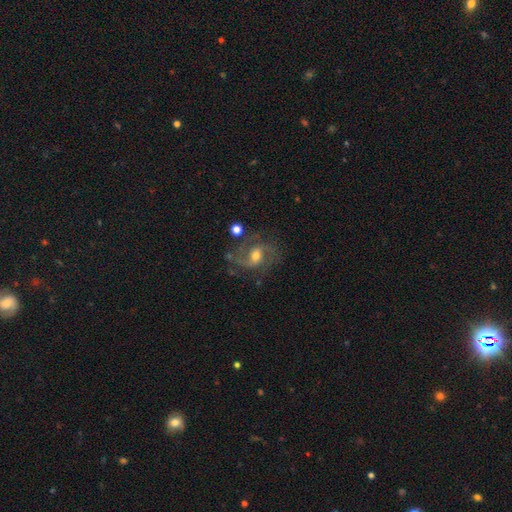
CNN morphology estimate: Smooth or featured? Predicted: featured or disk (p=0.78). Edge-on disk? Predicted: no (p=0.97). Bar? Predicted: weak (p=0.47). Spiral arms? Predicted: yes (p=0.92). Spiral winding? Predicted: medium (p=0.53). Spiral arm count? Predicted: 2 (p=0.76). Bulge size? Predicted: moderate (p=0.62). Merging? Predicted: none (p=0.63).